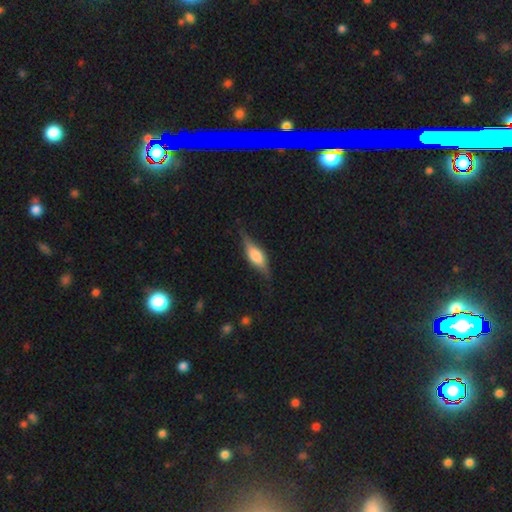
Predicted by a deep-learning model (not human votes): This is possibly a featured or disk galaxy (49%). Merging: likely none (70%).